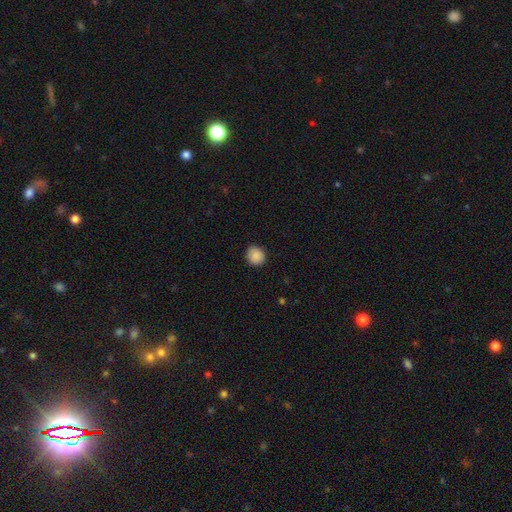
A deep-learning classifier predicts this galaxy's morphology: This is clearly a smooth galaxy (88%). How rounded: clearly round (88%). Merging: clearly none (89%).